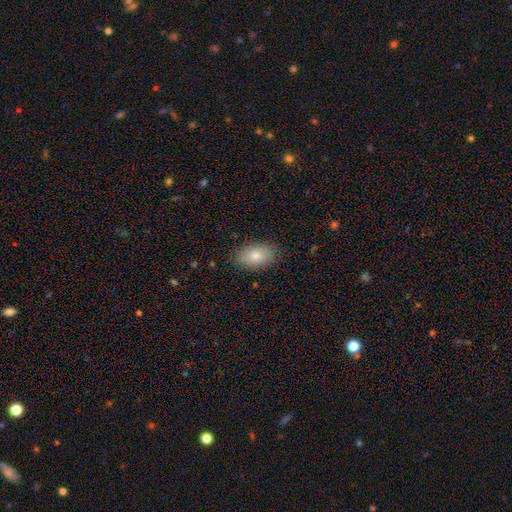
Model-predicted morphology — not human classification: A smooth galaxy with no disk features (79%) that is in between round and cigar-shaped (92%). Merging: none (84%).